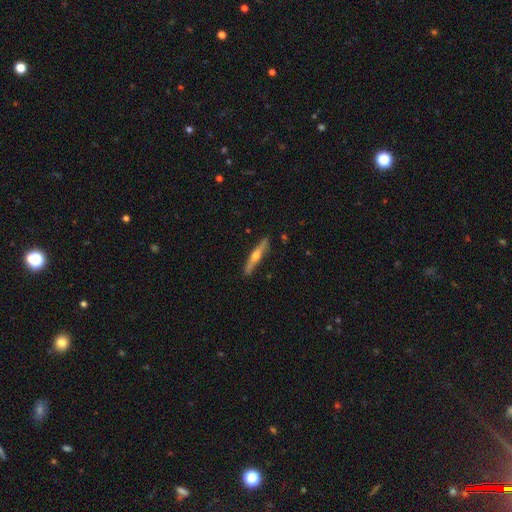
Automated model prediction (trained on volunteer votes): Smooth or featured? Predicted: featured or disk (p=0.66). Edge-on disk? Predicted: yes (p=0.97). Edge-on bulge? Predicted: rounded (p=0.92). Merging? Predicted: none (p=0.89).